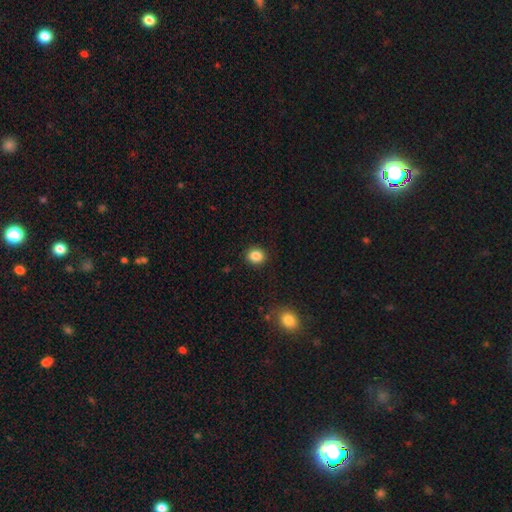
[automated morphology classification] This appears to be a smooth galaxy with no disk features (85%) that is round (76%). Merging: none (91%).